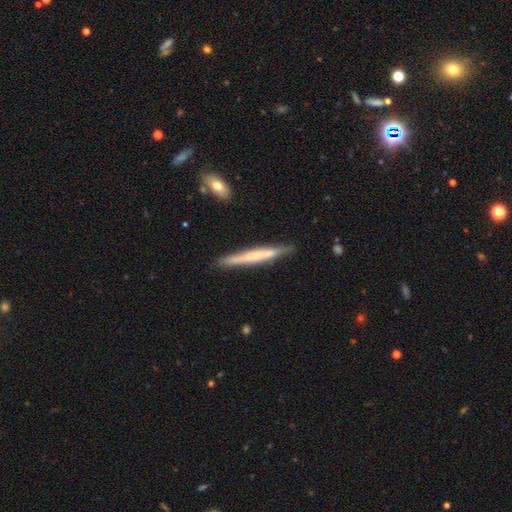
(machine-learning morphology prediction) smooth_or_featured: featured or disk (p=0.49) [alt: smooth p=0.45]
merging: none (p=0.86) [alt: minor disturbance p=0.10]